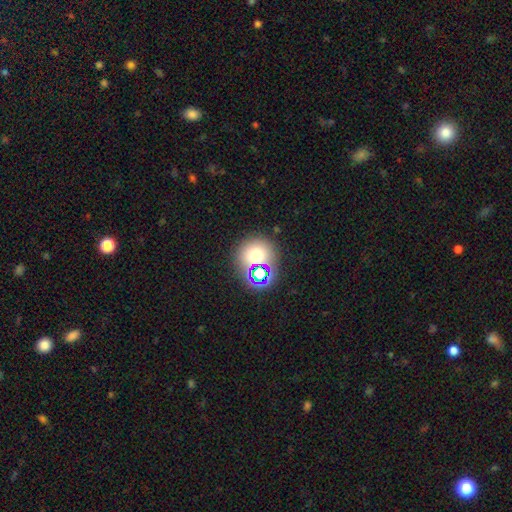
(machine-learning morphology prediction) Smooth or featured?
  - smooth: 61% *
  - star or artifact: 27%
  - featured or disk: 12%
How rounded?
  - round: 83% *
  - in between: 16%
  - cigar-shaped: 1%
Merging?
  - none: 65% *
  - merger: 21%
  - minor disturbance: 10%
  - major disturbance: 5%